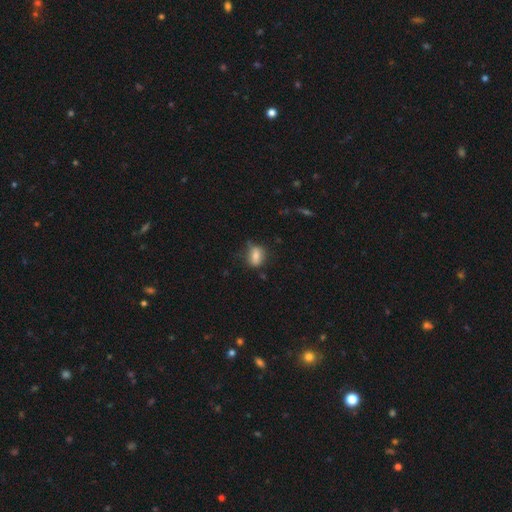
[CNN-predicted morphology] smooth 73%, featured or disk 17%, star or artifact 10%. Down the decision tree: how rounded — in between (66%); merging — none (62%).